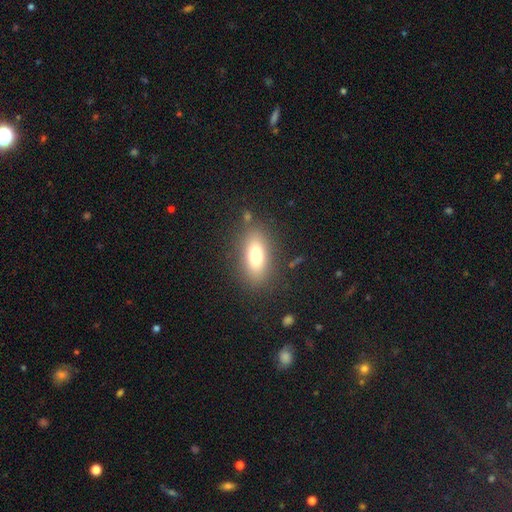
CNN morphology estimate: Q: Smooth or featured?
A: smooth (72%); runner-up: featured or disk (18%)
Q: How rounded?
A: in between (79%); runner-up: cigar-shaped (13%)
Q: Merging?
A: none (82%); runner-up: minor disturbance (11%)